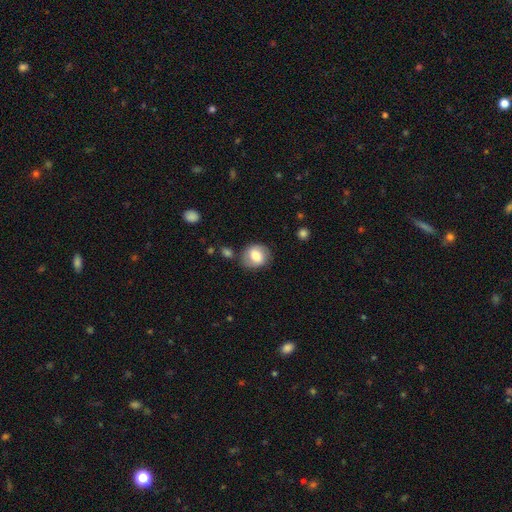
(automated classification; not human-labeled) Smooth or featured? smooth (70%)
How rounded? round (68%)
Merging? none (75%)